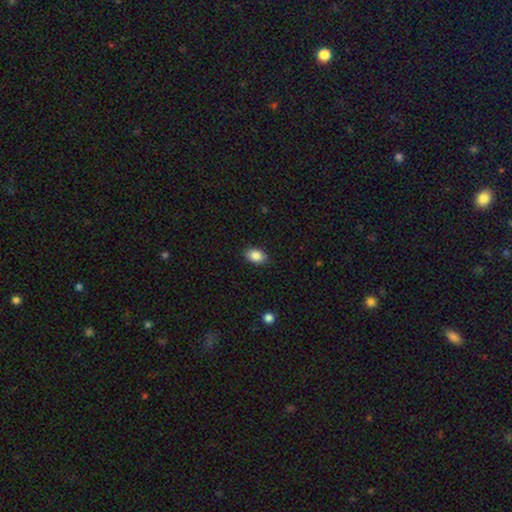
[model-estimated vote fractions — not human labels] Smooth or featured? smooth (87%)
How rounded? in between (87%)
Merging? none (88%)